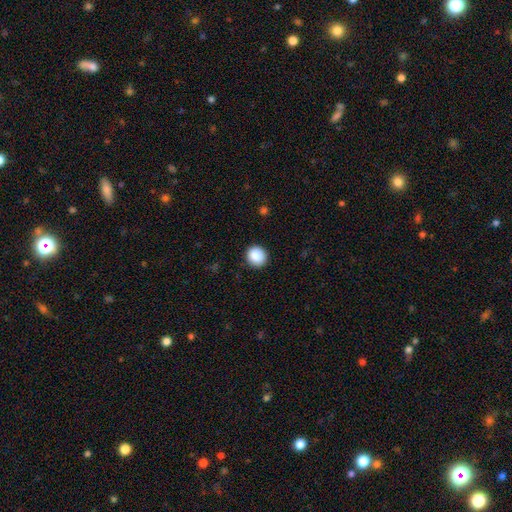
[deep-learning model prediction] smooth-or-featured: smooth: 89% | star or artifact: 8% | featured or disk: 3%
  how-rounded: round: 89% | in between: 10% | cigar-shaped: 1%
  merging: none: 90% | minor disturbance: 7% | major disturbance: 2% | merger: 1%